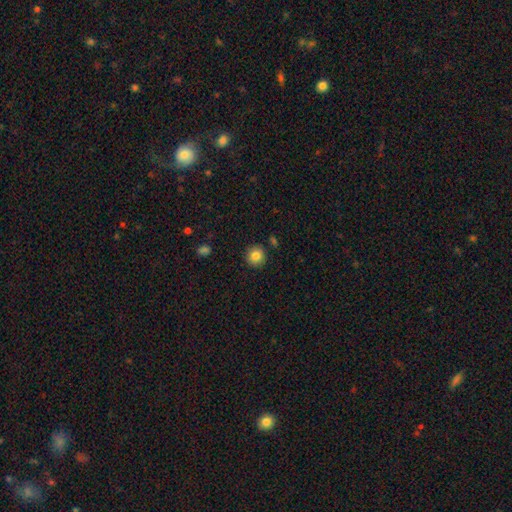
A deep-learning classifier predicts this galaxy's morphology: A smooth galaxy with no disk features (84%) that is round (93%).

Vote fractions:
- Smooth or featured? smooth: 84% / star or artifact: 10% / featured or disk: 6%
- How rounded? round: 93% / in between: 6% / cigar-shaped: 1%
- Merging? none: 90% / minor disturbance: 6% / merger: 2% / major disturbance: 2%